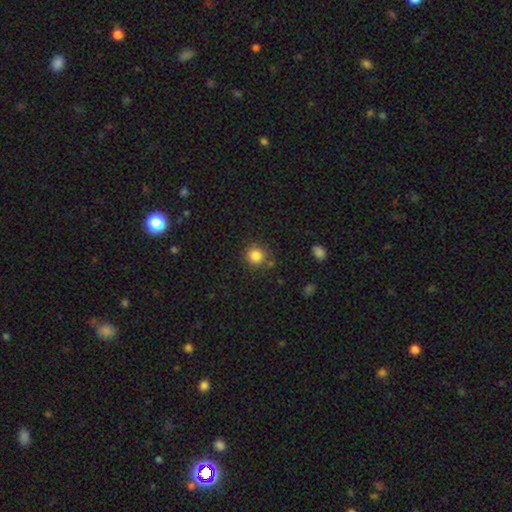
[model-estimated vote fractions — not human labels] This is clearly a smooth galaxy (84%). How rounded: clearly round (92%). Merging: clearly none (83%).